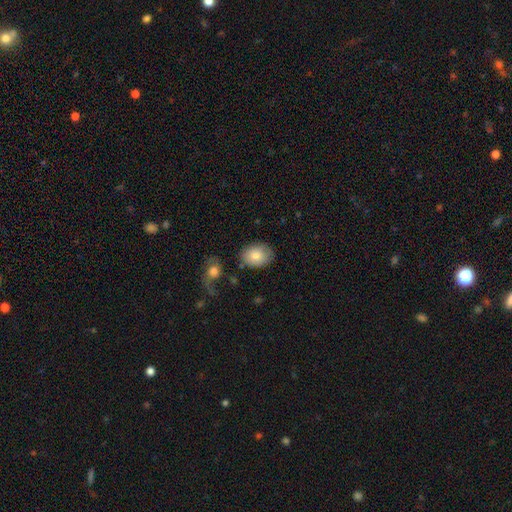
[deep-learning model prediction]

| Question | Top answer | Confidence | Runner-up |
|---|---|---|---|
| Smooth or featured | smooth | 81% | featured or disk (12%) |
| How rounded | in between | 66% | round (33%) |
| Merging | none | 78% | minor disturbance (14%) |